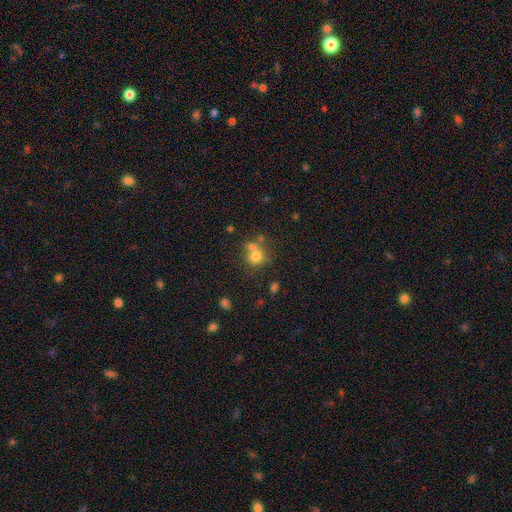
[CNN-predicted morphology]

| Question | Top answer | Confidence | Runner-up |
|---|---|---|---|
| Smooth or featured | smooth | 73% | star or artifact (15%) |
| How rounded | round | 81% | in between (18%) |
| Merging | none | 45% | merger (38%) |